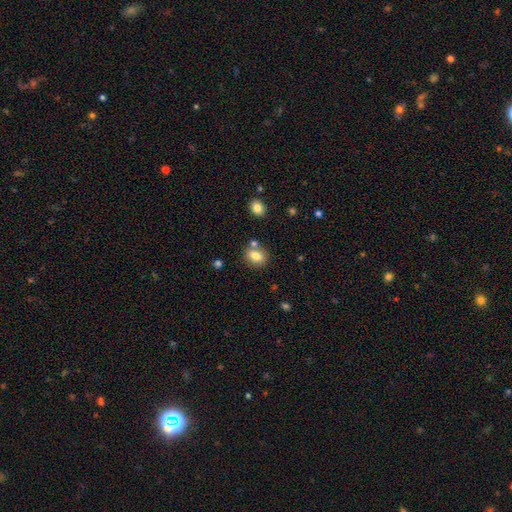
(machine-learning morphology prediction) Smooth or featured? Predicted: smooth (p=0.79). How rounded? Predicted: round (p=0.52). Merging? Predicted: none (p=0.72).